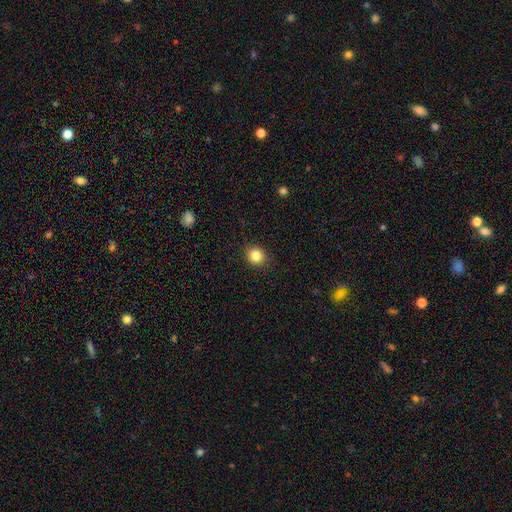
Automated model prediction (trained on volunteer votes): This appears to be a smooth galaxy with no disk features (84%) that is round (79%). Merging: none (89%).